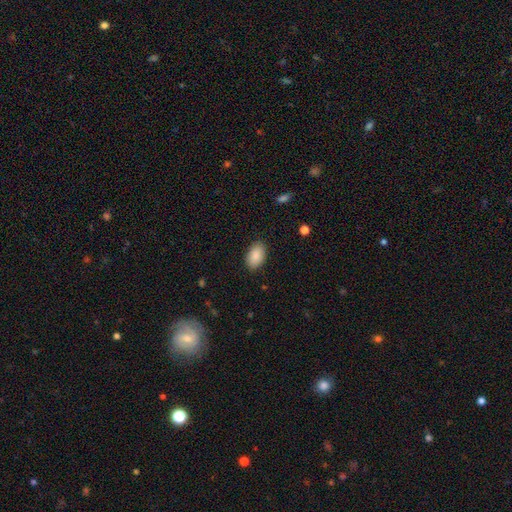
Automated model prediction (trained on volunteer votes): The model was most divided on "merging": none: 87%, minor disturbance: 10%, major disturbance: 2%, merger: 1%. More confident: how rounded — in between (93%); smooth or featured — smooth (87%).